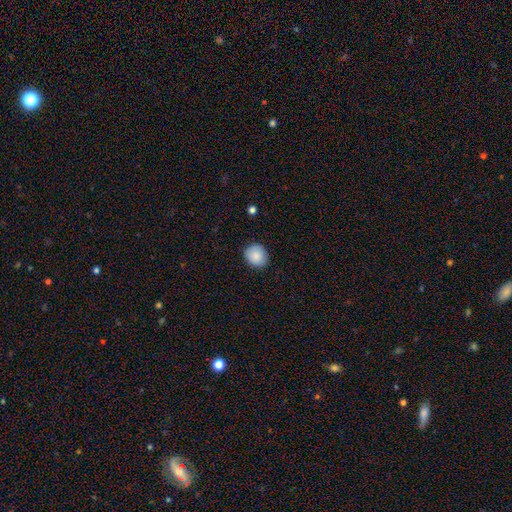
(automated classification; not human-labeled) Overall: smooth (87%). How rounded: round (71%). Merging: none (86%).